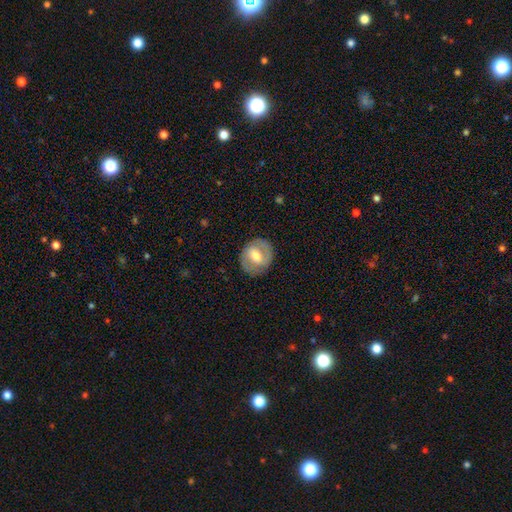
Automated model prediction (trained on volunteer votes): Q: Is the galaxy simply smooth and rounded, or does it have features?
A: featured or disk — 54%.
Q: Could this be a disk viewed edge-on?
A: no — 96%.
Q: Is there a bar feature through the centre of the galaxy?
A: weak — 46%.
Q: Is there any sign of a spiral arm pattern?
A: yes — 54%.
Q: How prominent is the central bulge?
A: moderate — 68%.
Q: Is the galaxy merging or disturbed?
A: none — 84%.